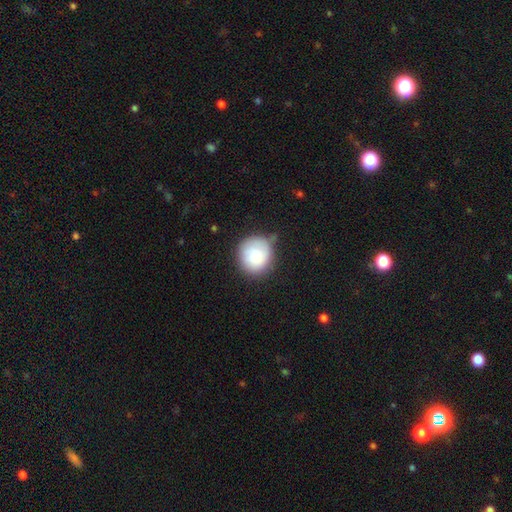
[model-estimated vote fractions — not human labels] A smooth galaxy with no disk features (83%) that is round (88%).

Vote fractions:
- Smooth or featured? smooth: 83% / featured or disk: 10% / star or artifact: 7%
- How rounded? round: 88% / in between: 11% / cigar-shaped: 1%
- Merging? none: 62% / minor disturbance: 26% / major disturbance: 7% / merger: 4%